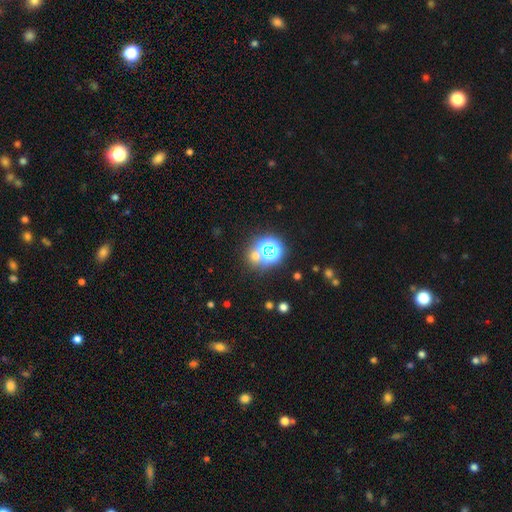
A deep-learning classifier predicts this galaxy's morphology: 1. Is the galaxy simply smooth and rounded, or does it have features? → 52% star or artifact, 39% smooth, 9% featured or disk.